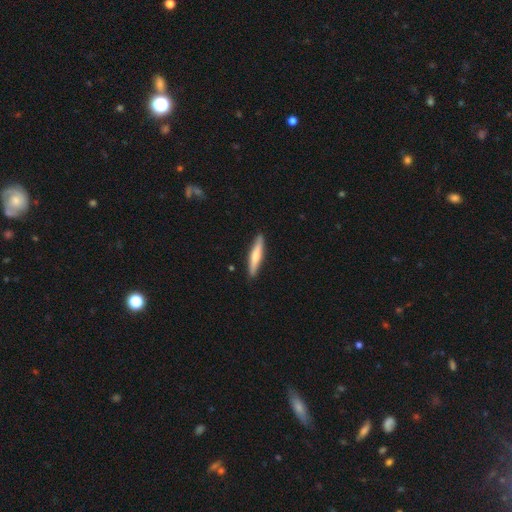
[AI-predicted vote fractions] Smooth or featured? smooth (60%)
How rounded? cigar-shaped (90%)
Merging? none (90%)